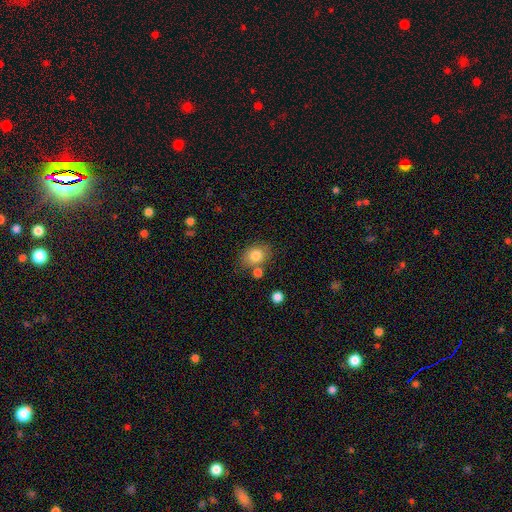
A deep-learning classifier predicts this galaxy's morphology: The model was most divided on "how rounded": in between: 53%, round: 46%, cigar-shaped: 1%. More confident: smooth or featured — smooth (81%); merging — none (71%).